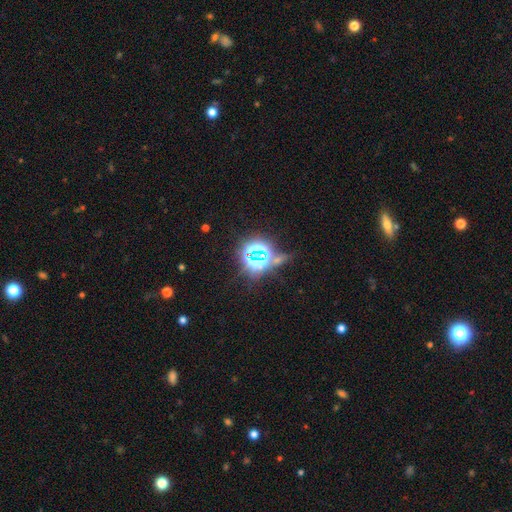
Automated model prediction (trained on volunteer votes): smooth-or-featured: star or artifact: 76% | smooth: 15% | featured or disk: 9%